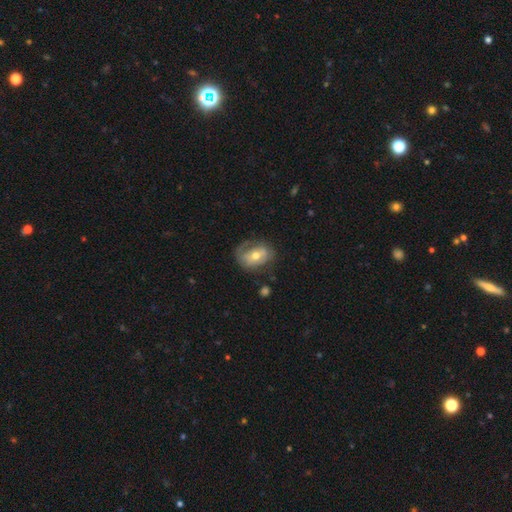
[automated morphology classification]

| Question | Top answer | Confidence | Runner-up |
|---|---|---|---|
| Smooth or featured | featured or disk | 51% | smooth (42%) |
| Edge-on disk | no | 94% | yes (6%) |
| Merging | none | 53% | minor disturbance (27%) |